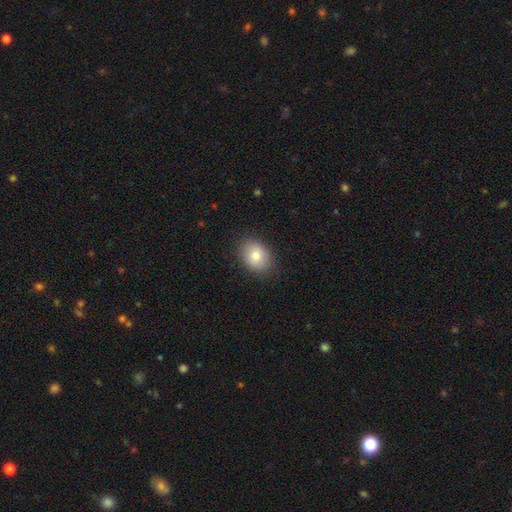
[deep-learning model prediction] This appears to be a smooth galaxy with no disk features (81%) that is in between round and cigar-shaped (62%). Merging: none (87%).